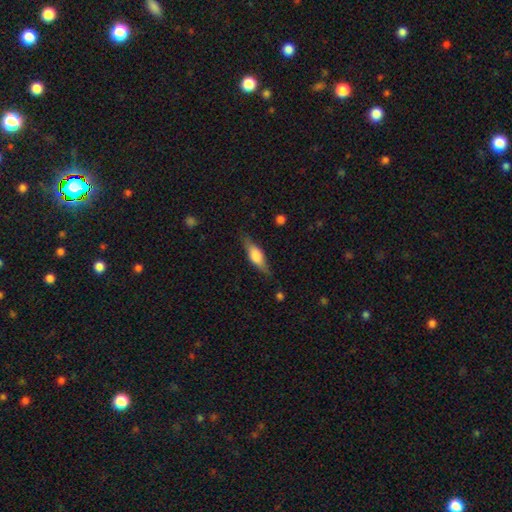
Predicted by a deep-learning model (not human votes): Overall: smooth (53%; featured or disk 40%). How rounded: in between (49%; cigar-shaped 47%). Merging: none (79%).